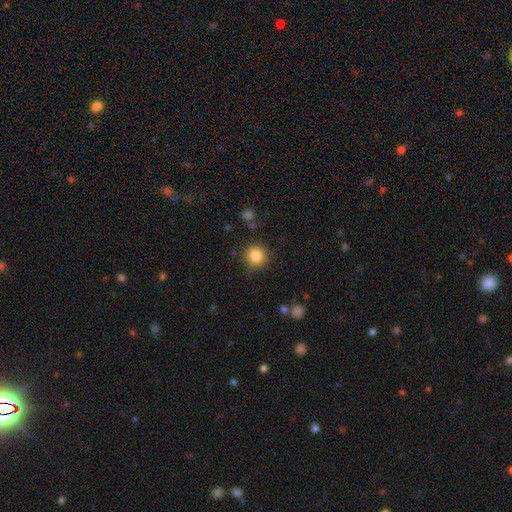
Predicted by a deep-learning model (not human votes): Smooth or featured? Predicted: smooth (p=0.86). How rounded? Predicted: round (p=0.92). Merging? Predicted: none (p=0.84).